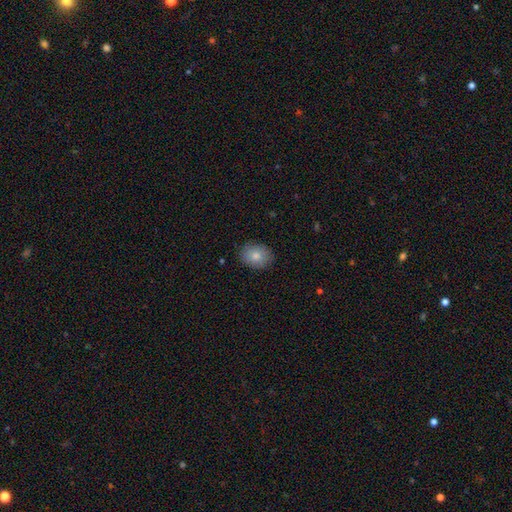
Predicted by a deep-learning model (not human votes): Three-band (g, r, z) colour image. It shows a smooth galaxy with no disk features (82%) that is in between round and cigar-shaped (59%). Merging: none (86%).